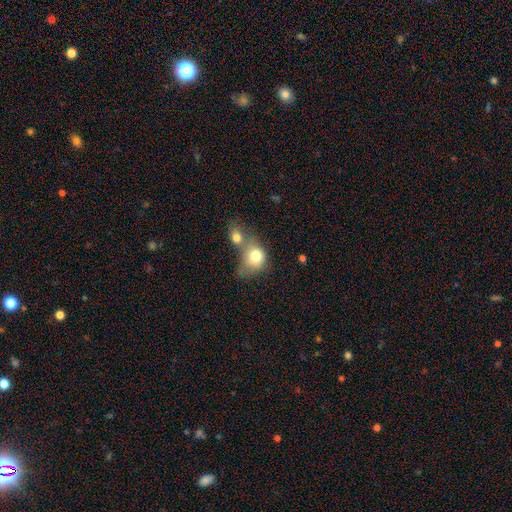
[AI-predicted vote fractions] Smooth or featured?
  - smooth: 75% *
  - featured or disk: 16%
  - star or artifact: 9%
How rounded?
  - round: 59% *
  - in between: 40%
  - cigar-shaped: 1%
Merging?
  - merger: 65% *
  - none: 18%
  - minor disturbance: 9%
  - major disturbance: 8%